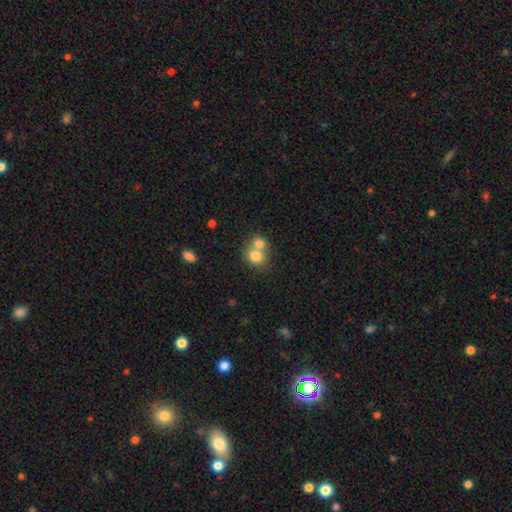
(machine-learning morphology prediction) This is likely a smooth galaxy (76%). How rounded: likely round (77%). Merging: possibly merger (59%).